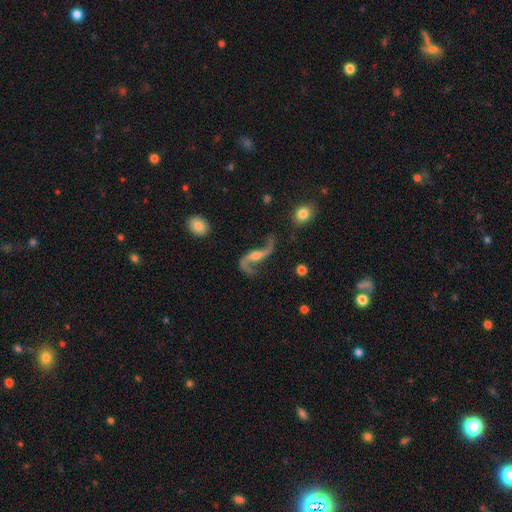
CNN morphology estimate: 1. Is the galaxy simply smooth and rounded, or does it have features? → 91% featured or disk, 5% star or artifact, 4% smooth.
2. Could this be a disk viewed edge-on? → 95% no, 5% yes.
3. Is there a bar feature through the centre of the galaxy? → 44% no, 36% weak, 20% strong.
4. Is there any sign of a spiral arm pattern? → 97% yes, 3% no.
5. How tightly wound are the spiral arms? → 88% loose, 9% medium, 3% tight.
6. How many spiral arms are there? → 93% 2, 3% 1, 1% can't tell, 1% 3, 1% 4, 1% more than 4.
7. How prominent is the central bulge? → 41% moderate (tied), 41% small (tied), 9% none, 7% large, 2% dominant.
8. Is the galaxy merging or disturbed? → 70% none, 15% minor disturbance, 11% major disturbance, 3% merger.